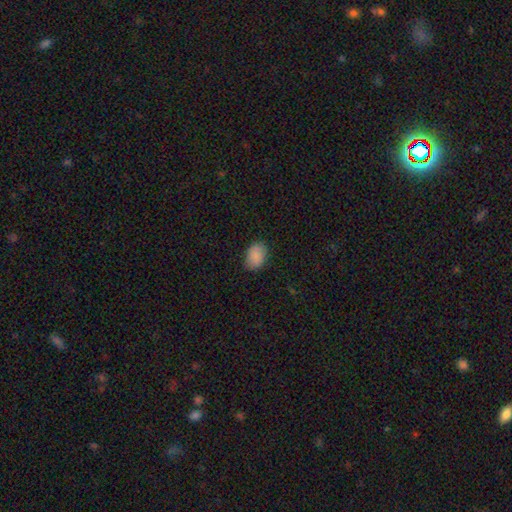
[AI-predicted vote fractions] Morphology: type=smooth (88%); roundness=in between (81%); merging=none (81%).